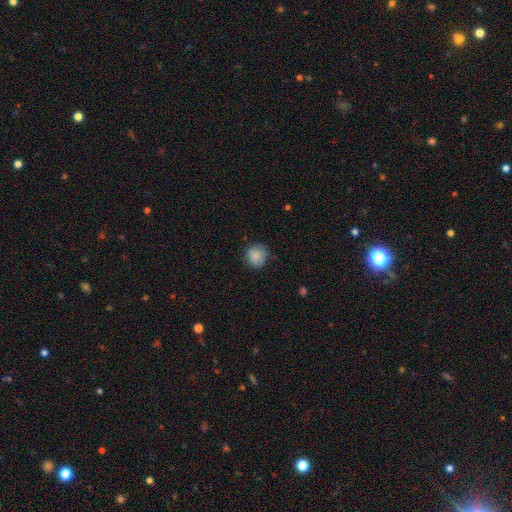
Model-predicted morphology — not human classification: smooth 85%, star or artifact 8%, featured or disk 7%. Down the decision tree: how rounded — round (84%); merging — none (72%).